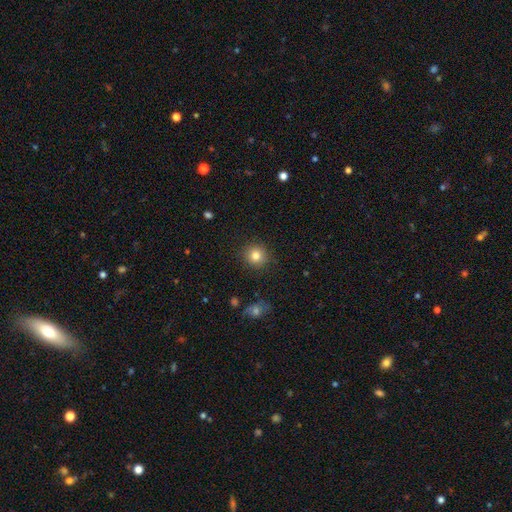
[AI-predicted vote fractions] smooth_or_featured: smooth (p=0.82) [alt: star or artifact p=0.11]
how_rounded: round (p=0.92) [alt: in between p=0.07]
merging: none (p=0.90) [alt: minor disturbance p=0.07]